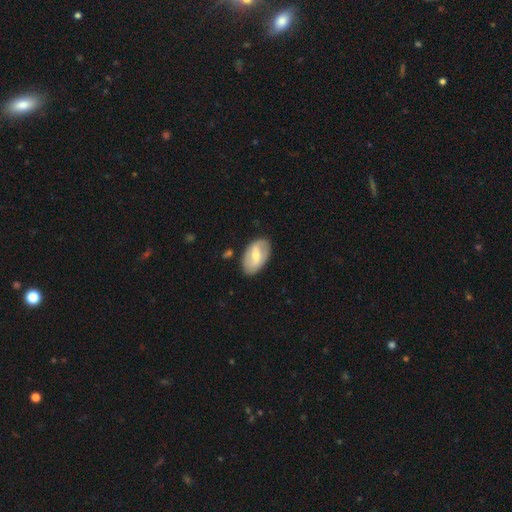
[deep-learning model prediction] Q: Smooth or featured?
A: featured or disk (54%); runner-up: smooth (41%)
Q: Edge-on disk?
A: no (92%); runner-up: yes (8%)
Q: Merging?
A: none (81%); runner-up: minor disturbance (14%)